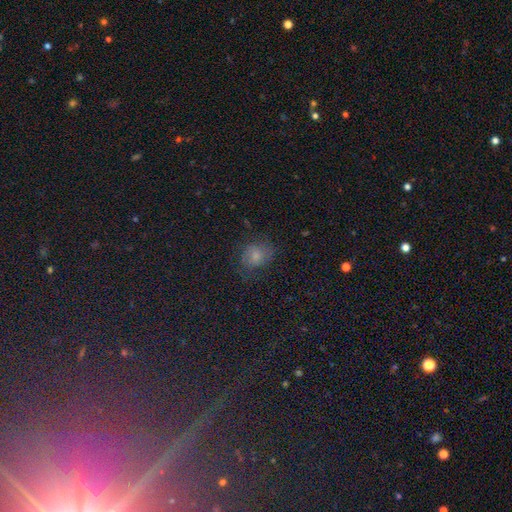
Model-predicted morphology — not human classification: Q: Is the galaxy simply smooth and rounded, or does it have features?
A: smooth — 60%.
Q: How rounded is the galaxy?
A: round — 63%.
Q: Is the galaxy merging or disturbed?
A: none — 65%.